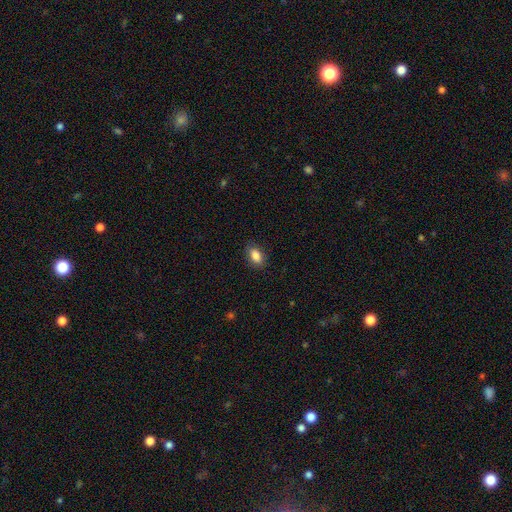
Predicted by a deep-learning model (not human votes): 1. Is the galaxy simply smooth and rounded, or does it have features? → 87% smooth, 8% star or artifact, 6% featured or disk.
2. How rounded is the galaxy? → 89% in between, 9% round, 3% cigar-shaped.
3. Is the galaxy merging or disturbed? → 86% none, 11% minor disturbance, 2% major disturbance, 1% merger.